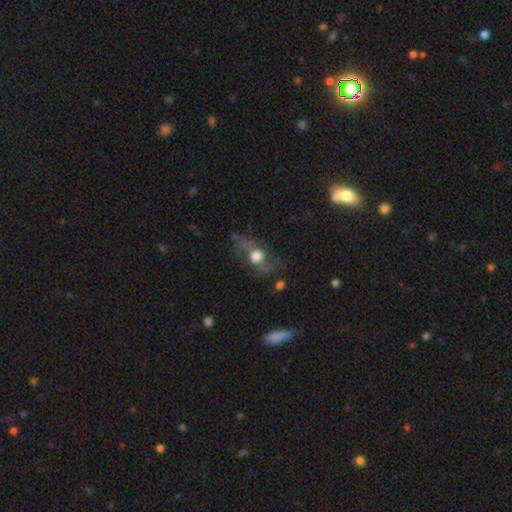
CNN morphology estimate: This appears to be a featured or disk galaxy (53%). Merging: none (55%).